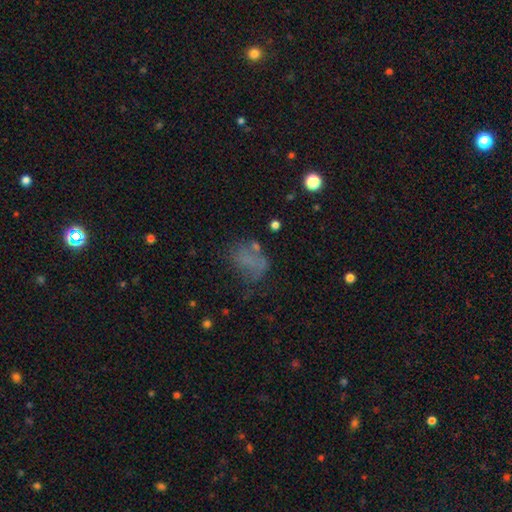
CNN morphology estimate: smooth_or_featured: smooth (p=0.48) [alt: featured or disk p=0.27]
merging: none (p=0.42) [alt: major disturbance p=0.28]